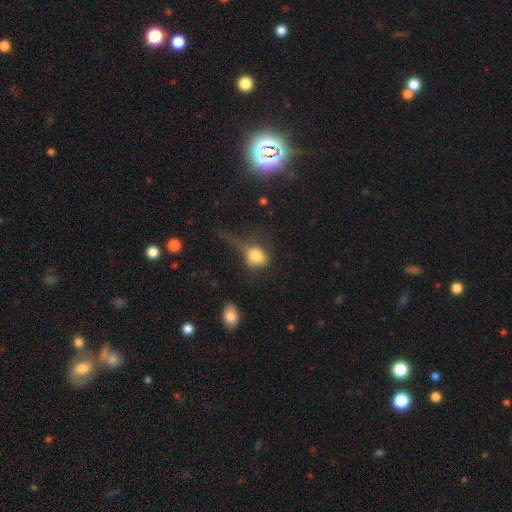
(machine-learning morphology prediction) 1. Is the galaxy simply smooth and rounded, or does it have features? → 73% smooth, 16% featured or disk, 11% star or artifact.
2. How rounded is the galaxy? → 49% in between, 48% round, 3% cigar-shaped.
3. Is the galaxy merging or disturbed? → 43% major disturbance, 28% none, 23% minor disturbance, 6% merger.